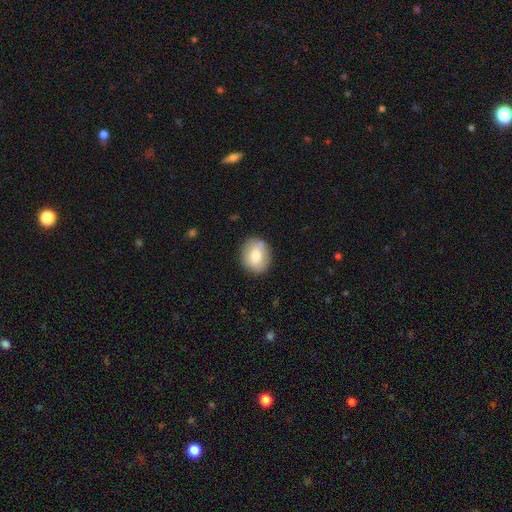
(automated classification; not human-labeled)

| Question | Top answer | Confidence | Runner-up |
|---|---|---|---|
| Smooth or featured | smooth | 73% | featured or disk (19%) |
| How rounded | round | 68% | in between (31%) |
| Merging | none | 82% | minor disturbance (11%) |